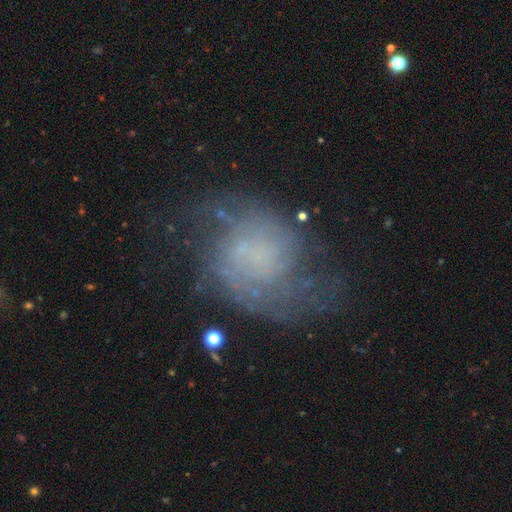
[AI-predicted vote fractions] smooth_or_featured: featured or disk (p=0.75) [alt: smooth p=0.15]
disk_edge_on: no (p=0.98) [alt: yes p=0.02]
bar: no (p=0.73) [alt: weak p=0.23]
has_spiral_arms: yes (p=0.87) [alt: no p=0.13]
spiral_winding: medium (p=0.41) [alt: tight p=0.30]
spiral_arm_count: 2 (p=0.60) [alt: can't tell p=0.21]
bulge_size: none (p=0.62) [alt: small p=0.23]
merging: none (p=0.59) [alt: minor disturbance p=0.20]